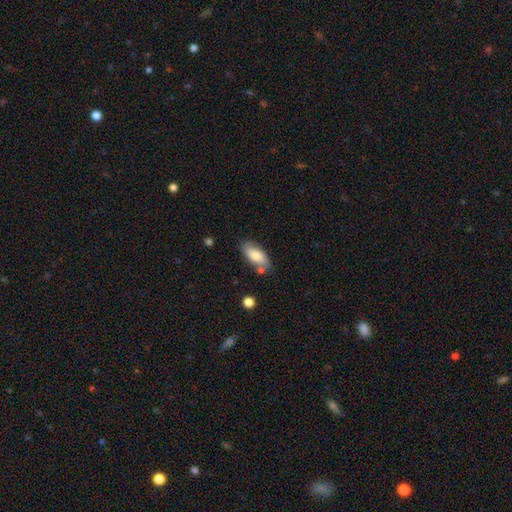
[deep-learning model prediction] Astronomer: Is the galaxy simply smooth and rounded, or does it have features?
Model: smooth — 78%.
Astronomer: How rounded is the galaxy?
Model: in between — 86%.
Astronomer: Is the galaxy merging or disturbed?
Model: none — 74%.